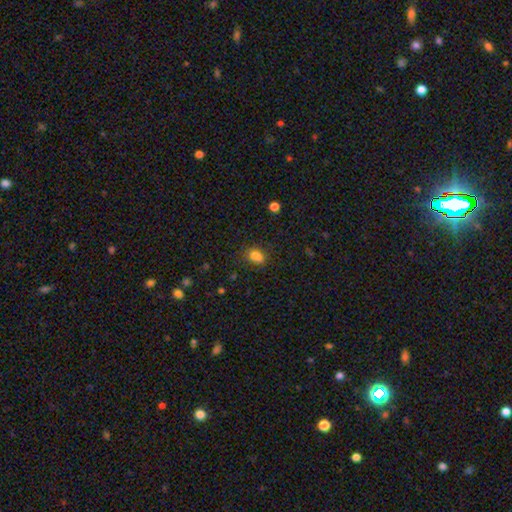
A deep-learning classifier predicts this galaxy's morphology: smooth_or_featured: smooth (p=0.81) [alt: star or artifact p=0.13]
how_rounded: in between (p=0.80) [alt: round p=0.17]
merging: none (p=0.70) [alt: minor disturbance p=0.20]